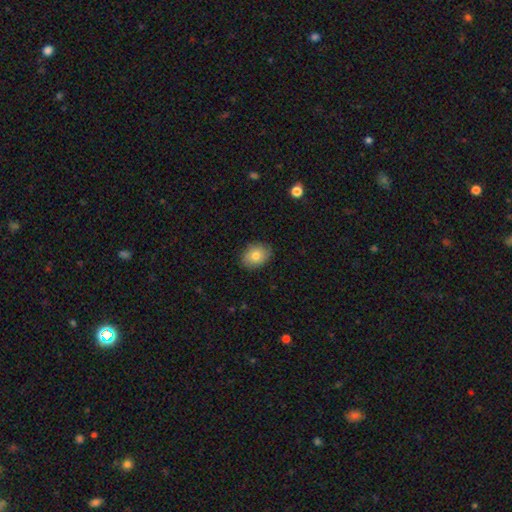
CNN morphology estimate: smooth 78%, featured or disk 14%, star or artifact 8%. Down the decision tree: how rounded — in between (62%); merging — none (84%).